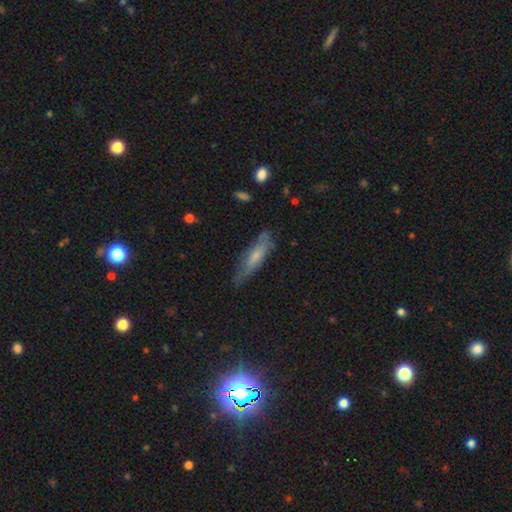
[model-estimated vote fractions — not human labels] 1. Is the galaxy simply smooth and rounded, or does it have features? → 53% smooth, 39% featured or disk, 8% star or artifact.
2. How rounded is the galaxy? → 66% cigar-shaped, 32% in between, 2% round.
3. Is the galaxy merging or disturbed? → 64% none, 26% minor disturbance, 7% major disturbance, 2% merger.